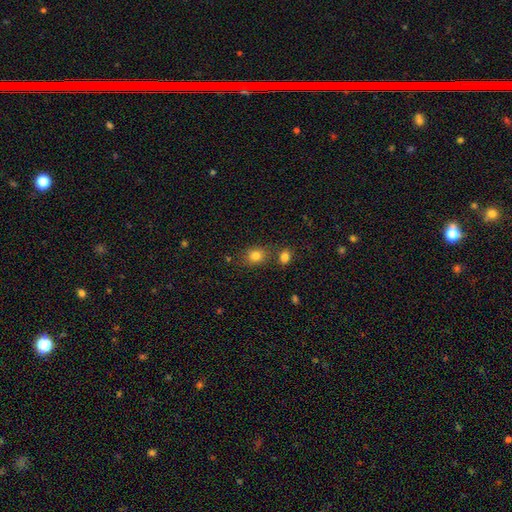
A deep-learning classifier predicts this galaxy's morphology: Overall: smooth (81%). How rounded: round (53%; in between 46%). Merging: none (69%).